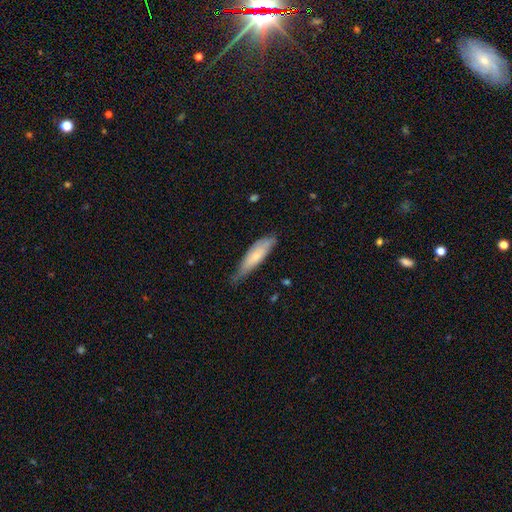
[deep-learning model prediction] This appears to be a smooth galaxy with no disk features (61%) that is cigar-shaped (59%). Merging: none (53%).